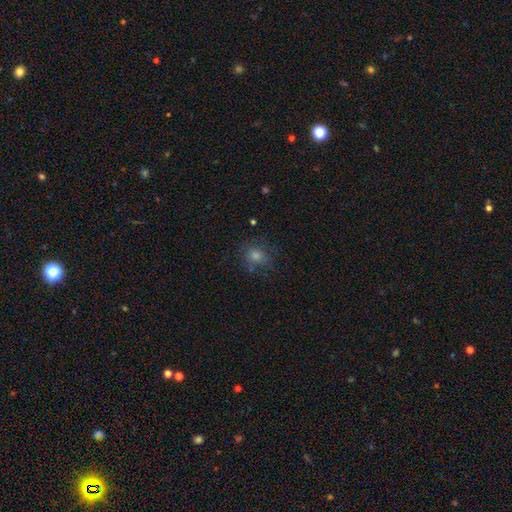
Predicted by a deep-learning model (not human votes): Smooth or featured? smooth (59%)
How rounded? round (77%)
Merging? none (73%)